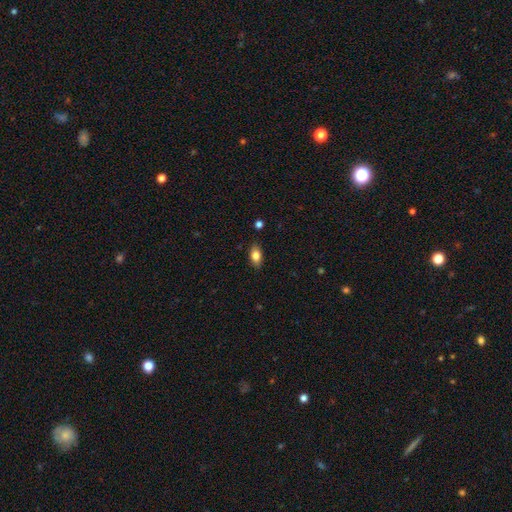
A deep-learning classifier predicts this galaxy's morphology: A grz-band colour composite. It shows a smooth galaxy with no disk features (81%) that is in between round and cigar-shaped (87%). Merging: none (86%).